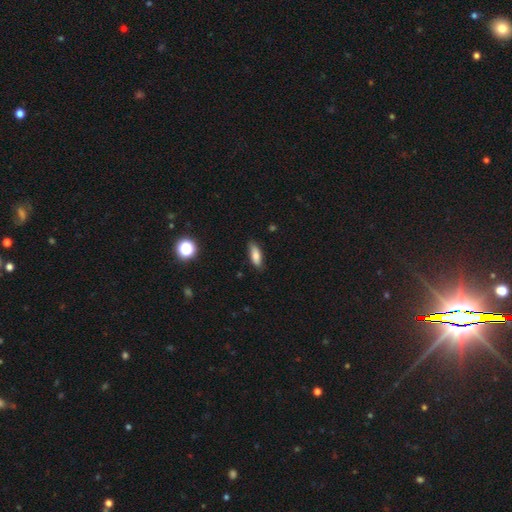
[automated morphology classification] type=smooth (79%); roundness=in between (65%); merging=none (81%).